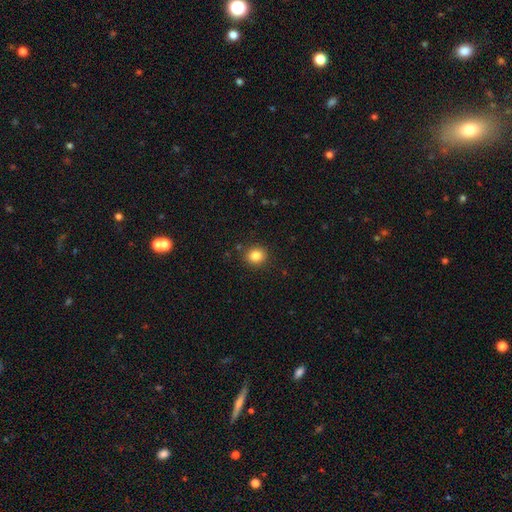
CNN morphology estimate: smooth-or-featured: smooth: 84% | star or artifact: 11% | featured or disk: 5%
  how-rounded: round: 82% | in between: 17% | cigar-shaped: 1%
  merging: none: 89% | minor disturbance: 7% | major disturbance: 2% | merger: 2%